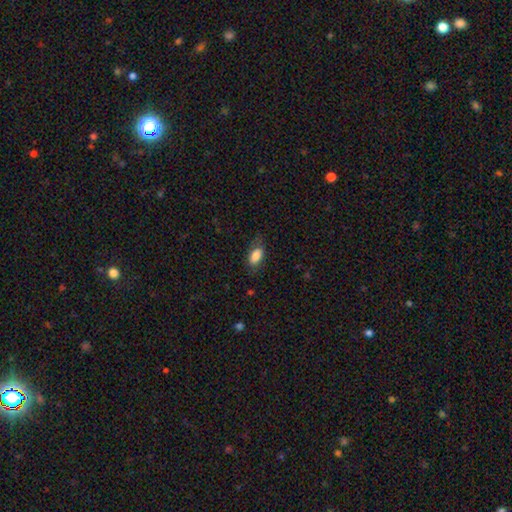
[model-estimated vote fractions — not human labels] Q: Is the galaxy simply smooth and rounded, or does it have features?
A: smooth — 84%.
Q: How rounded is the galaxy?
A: in between — 89%.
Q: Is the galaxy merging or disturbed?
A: none — 71%.